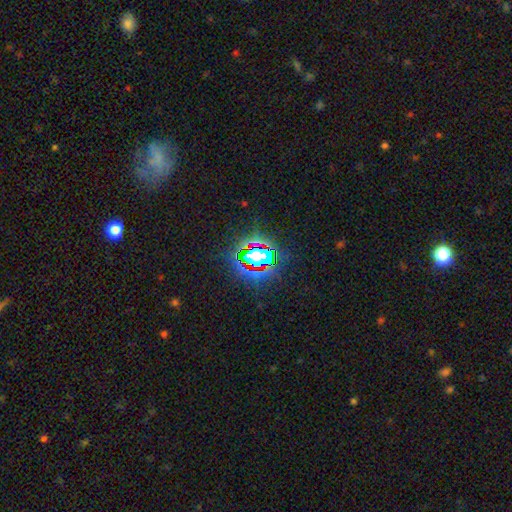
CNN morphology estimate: Smooth or featured: star or artifact — 67% (smooth — 21%)